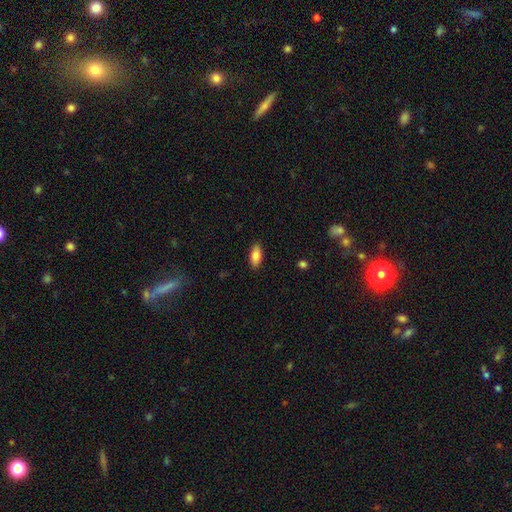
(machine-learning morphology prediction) Smooth or featured? smooth (83%)
How rounded? in between (87%)
Merging? none (88%)